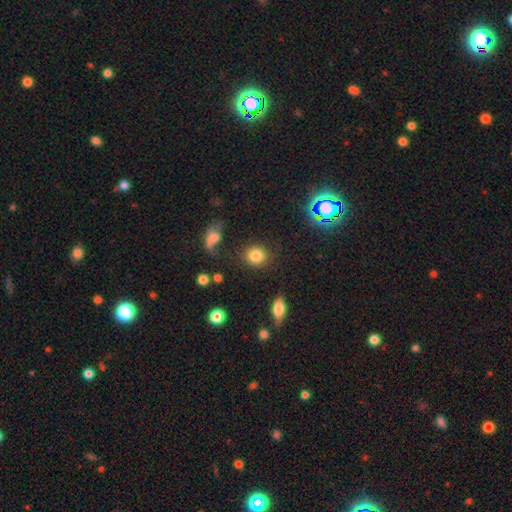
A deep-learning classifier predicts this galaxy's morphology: smooth_or_featured: smooth (p=0.82) [alt: star or artifact p=0.12]
how_rounded: round (p=0.81) [alt: in between p=0.17]
merging: none (p=0.82) [alt: minor disturbance p=0.09]